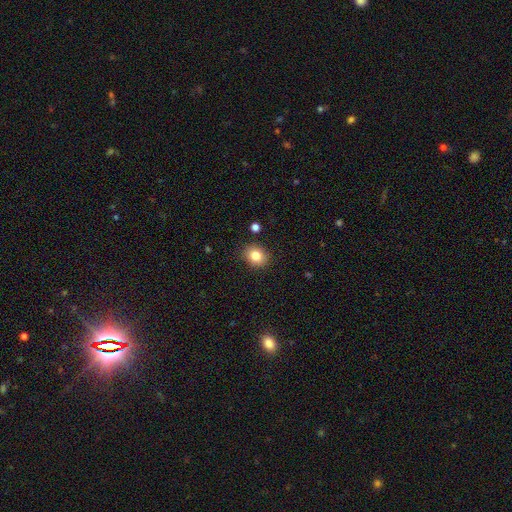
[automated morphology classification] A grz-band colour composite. It shows a smooth galaxy with no disk features (82%) that is round (64%). Merging: none (87%).